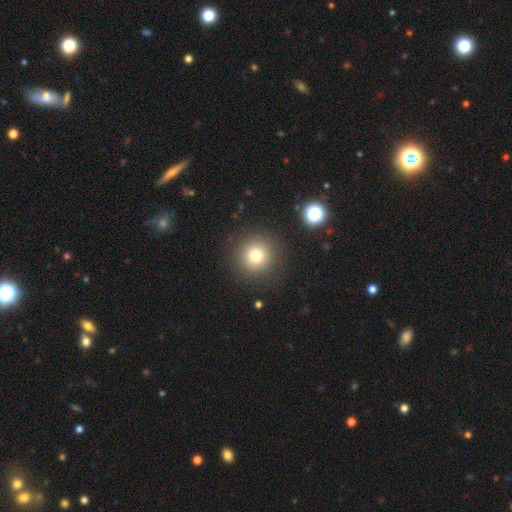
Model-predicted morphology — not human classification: type=smooth (76%); roundness=round (94%); merging=none (89%).